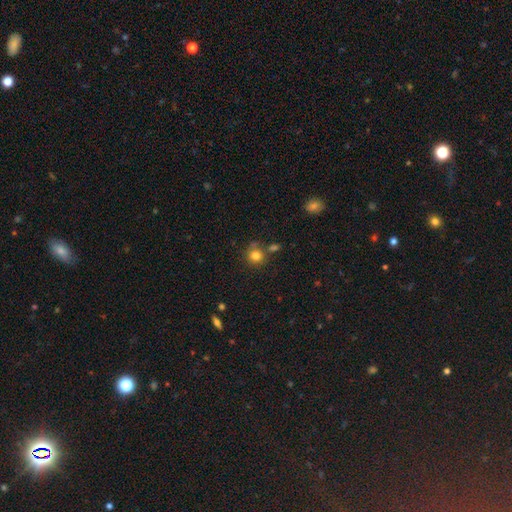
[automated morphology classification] The model was most divided on "merging": none: 68%, merger: 14%, minor disturbance: 13%, major disturbance: 5%. More confident: how rounded — round (89%); smooth or featured — smooth (80%).